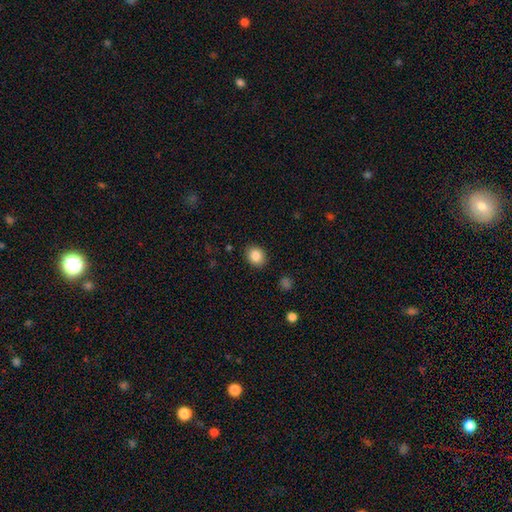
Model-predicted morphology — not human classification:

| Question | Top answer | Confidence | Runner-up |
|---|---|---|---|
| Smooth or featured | smooth | 86% | star or artifact (9%) |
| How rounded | round | 60% | in between (39%) |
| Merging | none | 89% | minor disturbance (8%) |